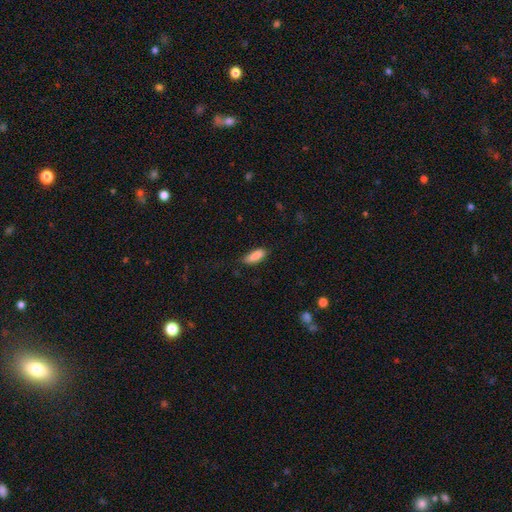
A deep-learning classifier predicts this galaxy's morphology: A smooth galaxy with no disk features (88%) that is in between round and cigar-shaped (70%).

Vote fractions:
- Smooth or featured? smooth: 88% / star or artifact: 7% / featured or disk: 5%
- How rounded? in between: 70% / cigar-shaped: 28% / round: 2%
- Merging? none: 75% / minor disturbance: 19% / major disturbance: 4% / merger: 1%